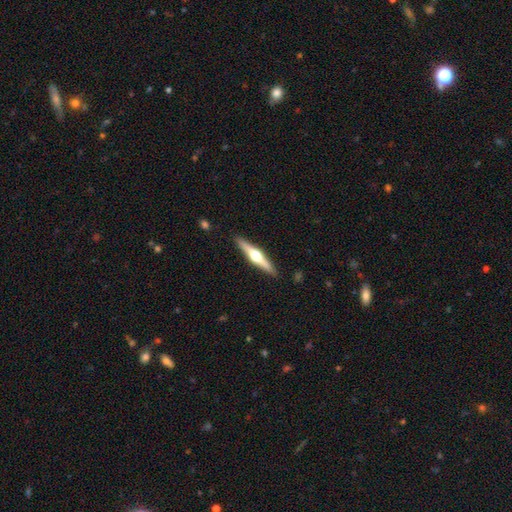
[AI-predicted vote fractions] This is likely a featured or disk galaxy (70%). It is clearly viewed edge-on (98%). Edge-on bulge: clearly rounded (95%). Merging: clearly none (91%).